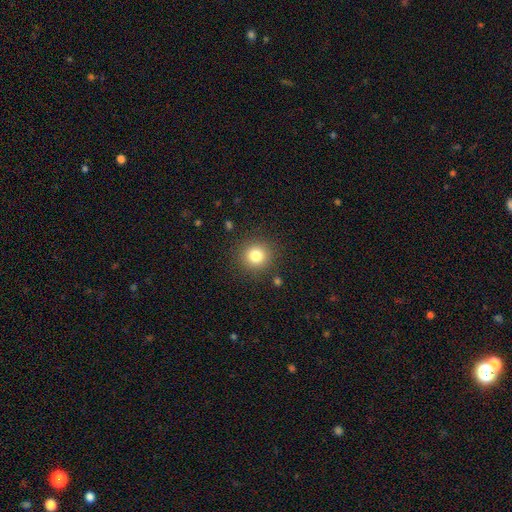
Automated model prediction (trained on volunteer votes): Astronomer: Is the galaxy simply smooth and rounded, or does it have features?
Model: smooth — 81%.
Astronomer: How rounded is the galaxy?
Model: round — 93%.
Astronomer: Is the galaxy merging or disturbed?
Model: none — 88%.